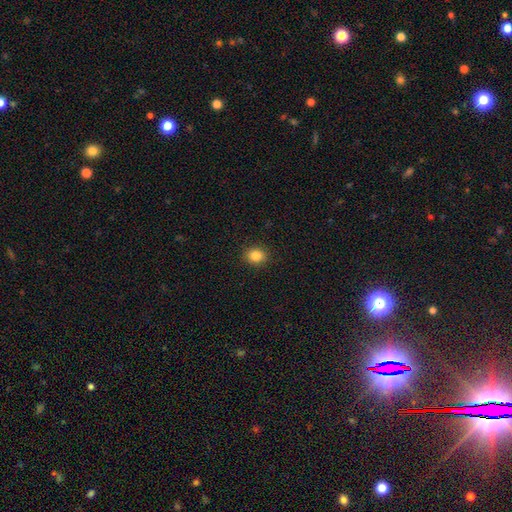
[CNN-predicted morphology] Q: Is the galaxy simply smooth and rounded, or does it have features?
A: smooth — 85%.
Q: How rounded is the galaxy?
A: round — 66%.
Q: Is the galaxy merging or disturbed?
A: none — 90%.